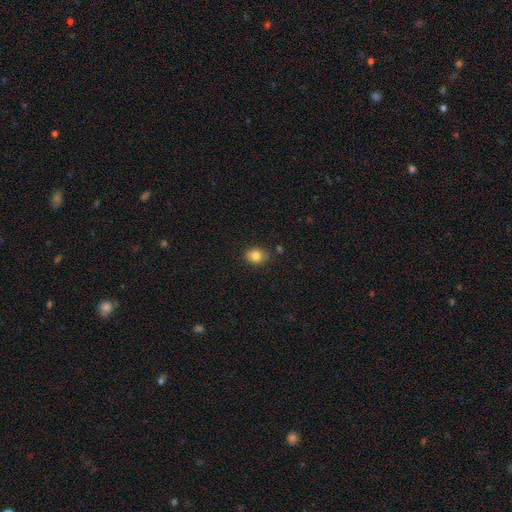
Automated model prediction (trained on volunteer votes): smooth_or_featured: smooth (p=0.83) [alt: star or artifact p=0.10]
how_rounded: round (p=0.50) [alt: in between p=0.48]
merging: none (p=0.77) [alt: minor disturbance p=0.17]